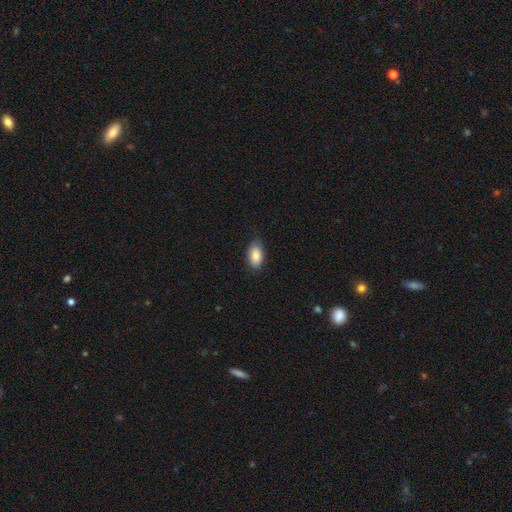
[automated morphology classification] smooth_or_featured: smooth (p=0.88) [alt: star or artifact p=0.07]
how_rounded: in between (p=0.93) [alt: round p=0.05]
merging: none (p=0.83) [alt: minor disturbance p=0.14]